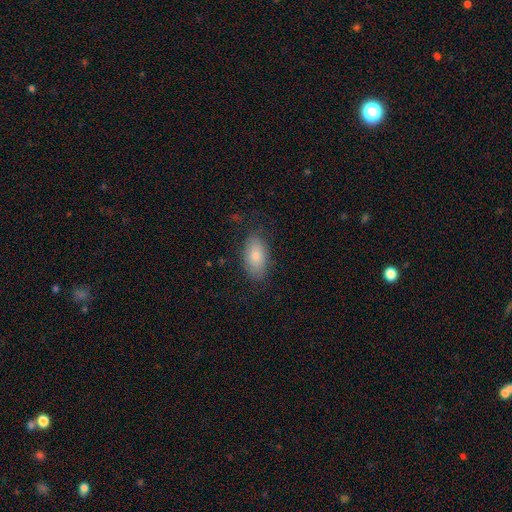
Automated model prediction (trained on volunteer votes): smooth 80%, featured or disk 14%, star or artifact 7%. Down the decision tree: how rounded — in between (93%); merging — none (78%).